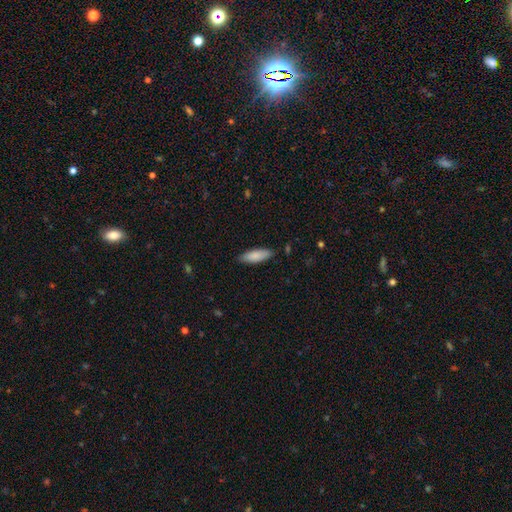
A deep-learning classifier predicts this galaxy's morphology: Smooth or featured? Predicted: smooth (p=0.85). How rounded? Predicted: in between (p=0.60). Merging? Predicted: none (p=0.84).